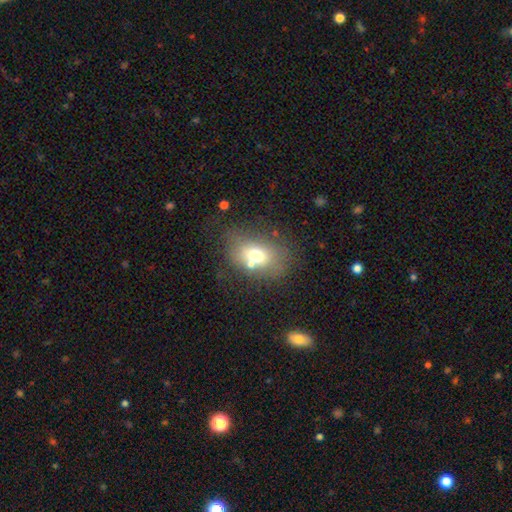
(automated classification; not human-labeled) smooth_or_featured: smooth (p=0.67) [alt: featured or disk p=0.21]
how_rounded: in between (p=0.69) [alt: round p=0.30]
merging: none (p=0.58) [alt: minor disturbance p=0.18]